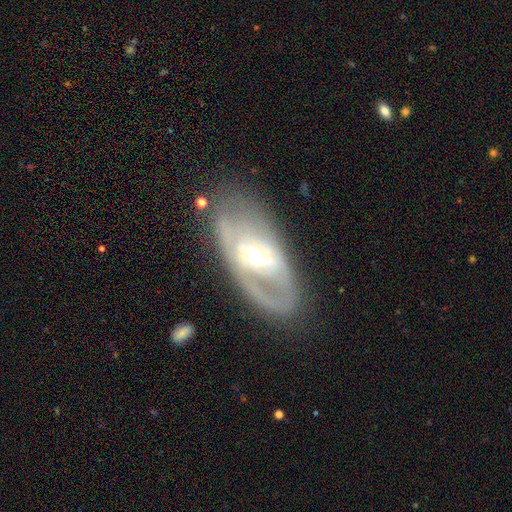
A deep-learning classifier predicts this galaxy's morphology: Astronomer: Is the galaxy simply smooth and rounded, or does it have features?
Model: featured or disk — 76%.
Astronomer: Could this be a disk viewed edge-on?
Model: no — 89%.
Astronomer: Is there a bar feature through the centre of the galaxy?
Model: weak — 39% (runner-up: no, 36%).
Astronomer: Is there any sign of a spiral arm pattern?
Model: yes — 63%.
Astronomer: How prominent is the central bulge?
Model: moderate — 51% (runner-up: small, 43%).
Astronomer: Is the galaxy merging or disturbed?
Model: none — 68%.